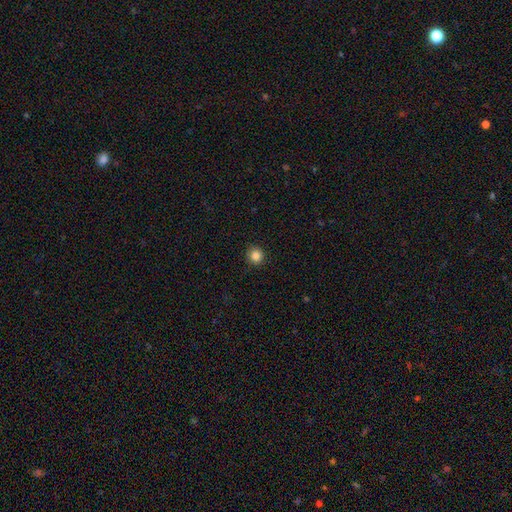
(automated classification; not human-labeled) Q: Smooth or featured?
A: smooth (86%); runner-up: star or artifact (11%)
Q: How rounded?
A: round (91%); runner-up: in between (8%)
Q: Merging?
A: none (91%); runner-up: minor disturbance (6%)